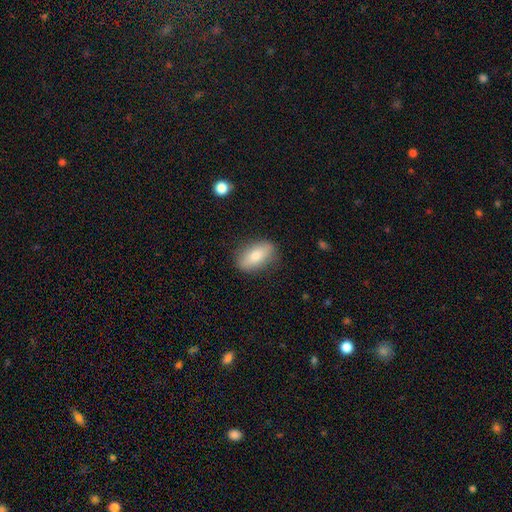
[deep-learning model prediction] The model was most divided on "smooth or featured": smooth: 72%, featured or disk: 22%, star or artifact: 7%. More confident: how rounded — in between (86%); merging — none (82%).